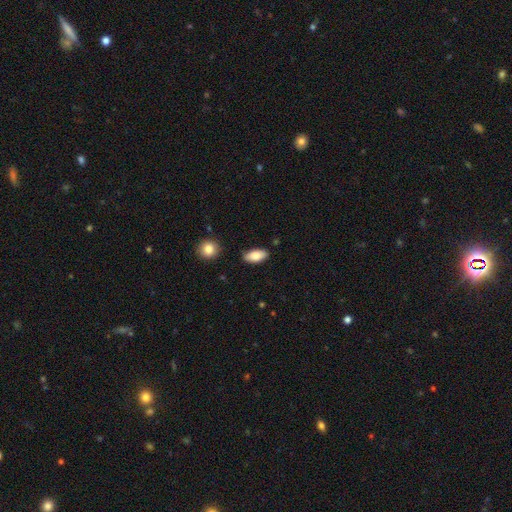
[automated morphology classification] Smooth or featured? Predicted: smooth (p=0.83). How rounded? Predicted: in between (p=0.90). Merging? Predicted: none (p=0.84).